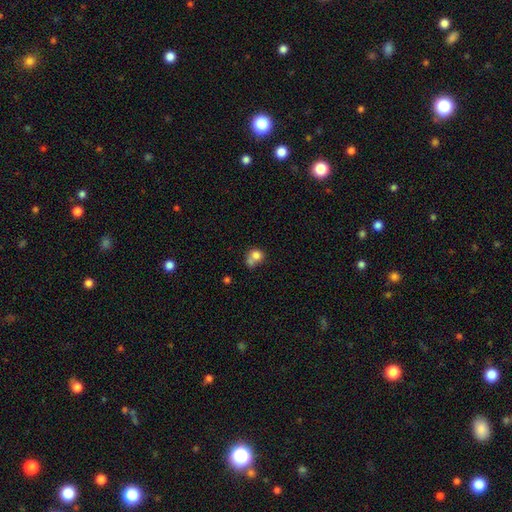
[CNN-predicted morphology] Smooth or featured? Predicted: smooth (p=0.77). How rounded? Predicted: round (p=0.66). Merging? Predicted: merger (p=0.39).